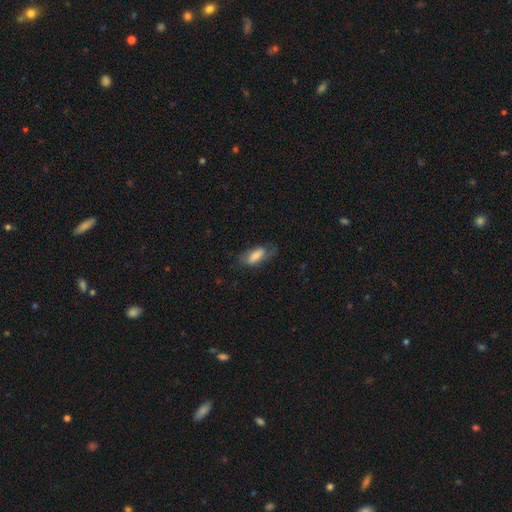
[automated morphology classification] The model was most divided on "merging": none: 53%, minor disturbance: 27%, major disturbance: 19%, merger: 2%. More confident: how rounded — in between (81%); smooth or featured — smooth (61%).